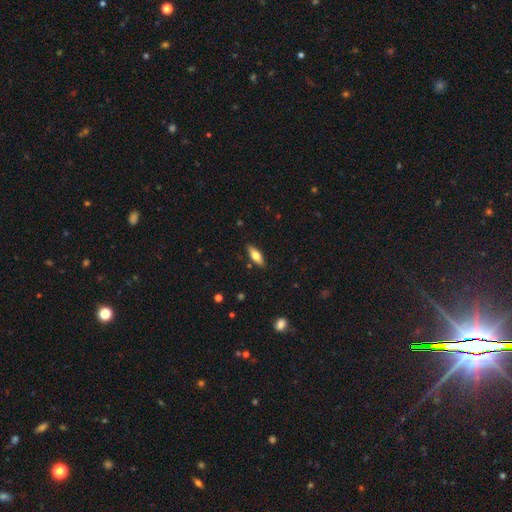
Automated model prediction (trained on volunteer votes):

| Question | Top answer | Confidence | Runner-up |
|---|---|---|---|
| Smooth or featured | smooth | 62% | featured or disk (32%) |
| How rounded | in between | 63% | cigar-shaped (35%) |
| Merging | none | 87% | minor disturbance (9%) |